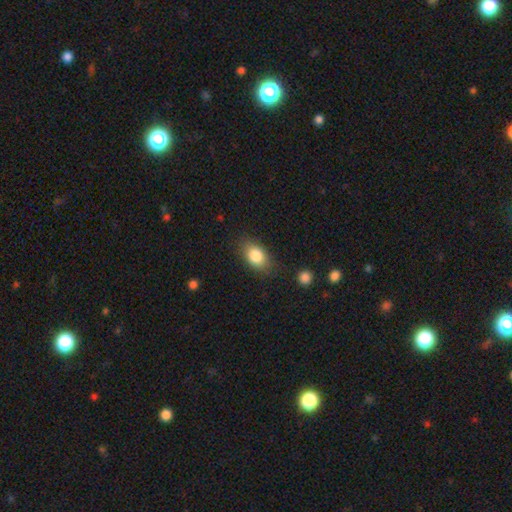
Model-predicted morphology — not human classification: Smooth or featured? Predicted: smooth (p=0.83). How rounded? Predicted: in between (p=0.82). Merging? Predicted: none (p=0.78).